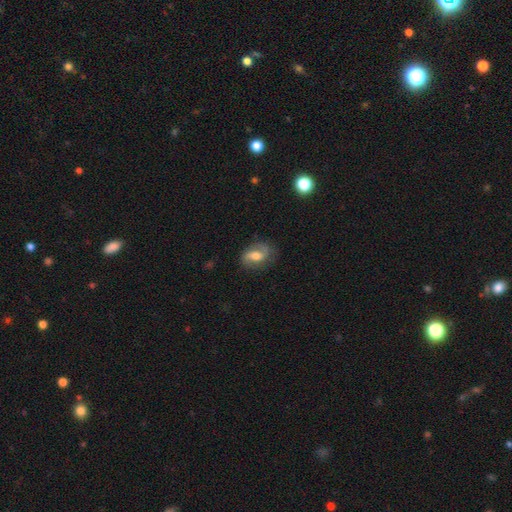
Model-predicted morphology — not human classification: A featured or disk galaxy (68%) with a weak bar (46%), 2 (83%) medium (44%) spiral arms (89%) and a moderate central bulge (65%).

Vote fractions:
- Smooth or featured? featured or disk: 68% / smooth: 25% / star or artifact: 7%
- Edge-on disk? no: 96% / yes: 4%
- Bar? weak: 46% / no: 31% / strong: 23%
- Spiral arms? yes: 89% / no: 11%
- Spiral winding? medium: 44% / loose: 35% / tight: 21%
- Spiral arm count? 2: 83% / 1: 7% / can't tell: 6% / 3: 1% / 4: 1% / more than 4: 1%
- Bulge size? moderate: 65% / small: 17% / large: 14% / none: 2% / dominant: 1%
- Merging? none: 75% / minor disturbance: 17% / major disturbance: 7% / merger: 1%